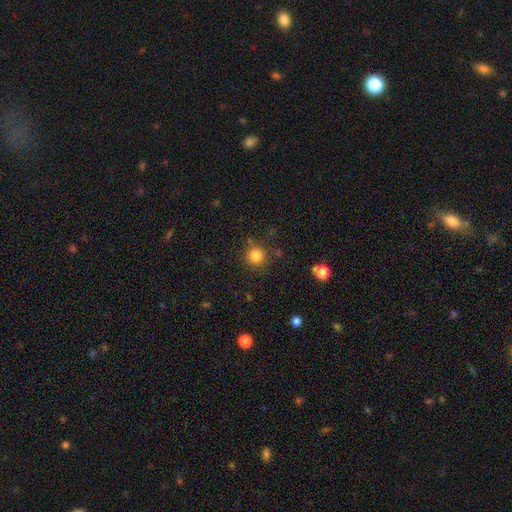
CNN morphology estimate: smooth 83%, star or artifact 12%, featured or disk 5%. Down the decision tree: how rounded — round (93%); merging — none (84%).